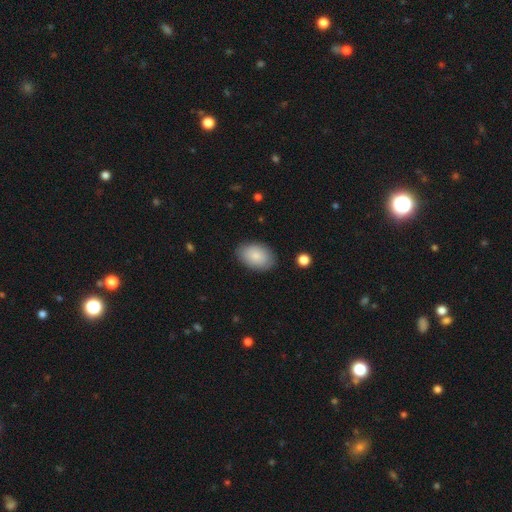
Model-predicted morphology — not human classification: Smooth or featured? Predicted: smooth (p=0.84). How rounded? Predicted: in between (p=0.88). Merging? Predicted: none (p=0.85).